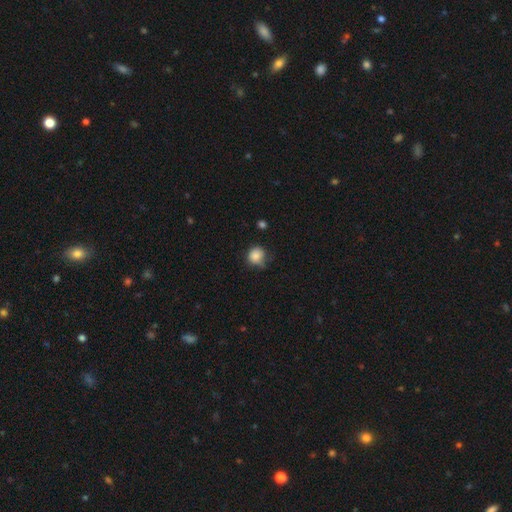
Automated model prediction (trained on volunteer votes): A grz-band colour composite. It shows a smooth galaxy with no disk features (83%) that is round (83%). Merging: none (57%).